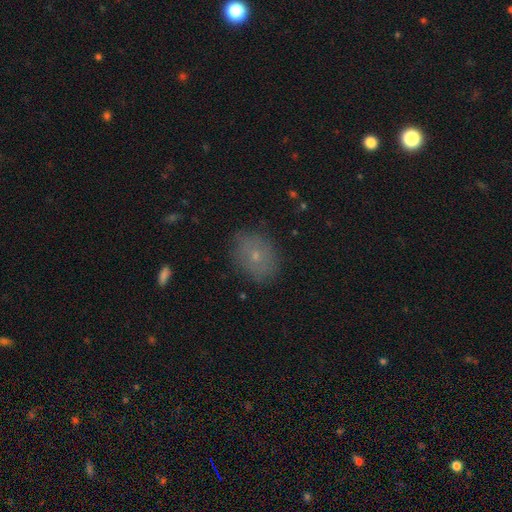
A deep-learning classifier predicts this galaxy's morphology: This appears to be a smooth galaxy with no disk features (66%) that is in between round and cigar-shaped (61%). Merging: none (82%).